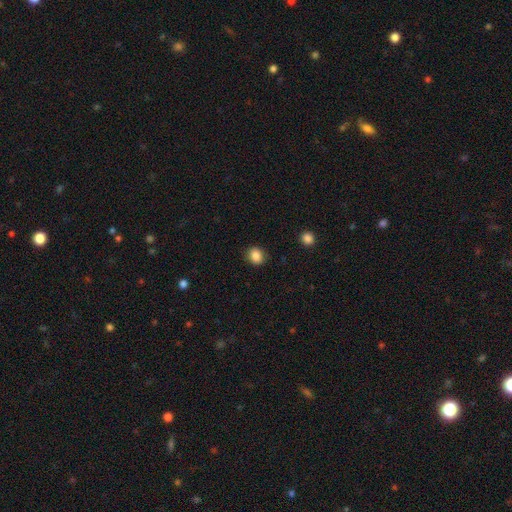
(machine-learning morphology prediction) Overall: smooth (87%). How rounded: round (64%; in between 35%). Merging: none (87%).